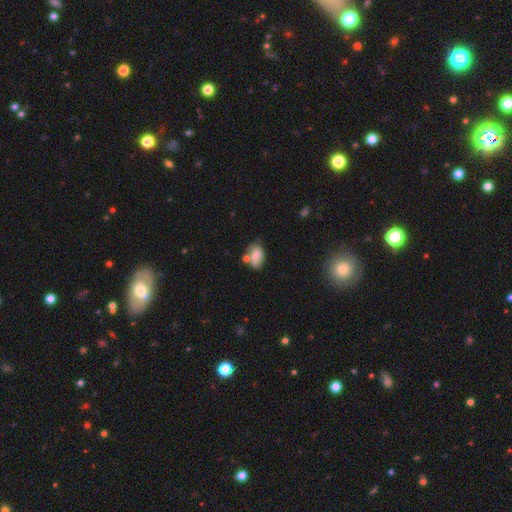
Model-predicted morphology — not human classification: A smooth galaxy with no disk features (72%) that is in between round and cigar-shaped (85%). Merging: none (43%).